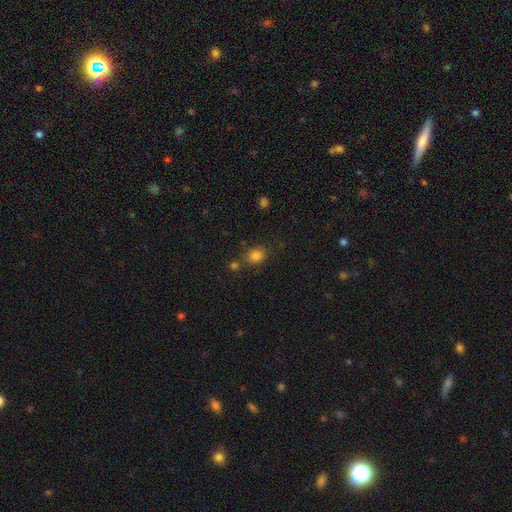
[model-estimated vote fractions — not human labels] This is clearly a smooth galaxy (81%). How rounded: likely round (61%). Merging: likely none (69%).